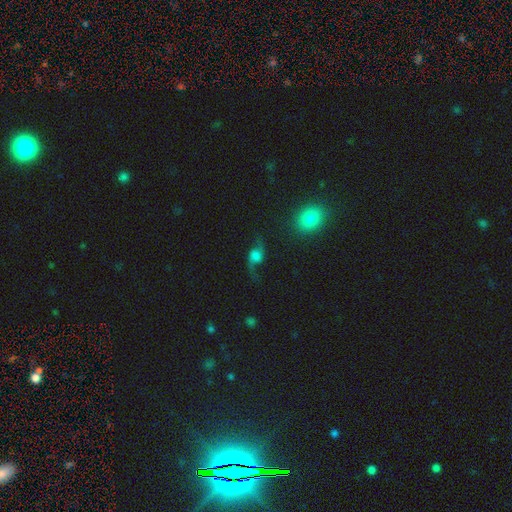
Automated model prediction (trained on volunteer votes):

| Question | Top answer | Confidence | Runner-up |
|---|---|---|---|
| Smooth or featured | featured or disk | 74% | smooth (16%) |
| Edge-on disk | no | 95% | yes (5%) |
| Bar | no | 60% | weak (32%) |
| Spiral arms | yes | 95% | no (5%) |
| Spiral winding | loose | 90% | medium (8%) |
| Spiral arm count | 2 | 92% | 1 (3%) |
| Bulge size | large | 32% | moderate (28%) |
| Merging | none | 68% | minor disturbance (15%) |